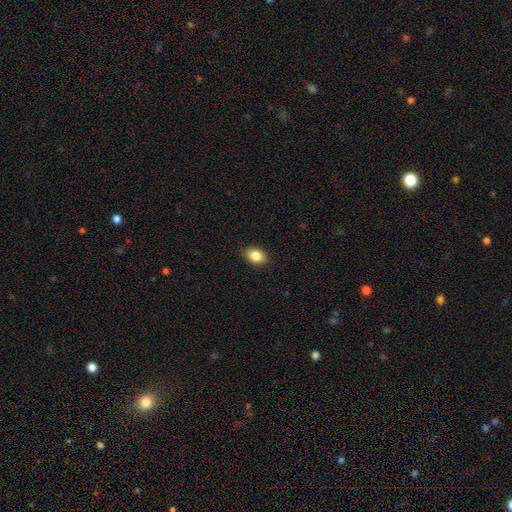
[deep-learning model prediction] The model was most divided on "how rounded": in between: 82%, round: 17%, cigar-shaped: 1%. More confident: merging — none (89%); smooth or featured — smooth (85%).